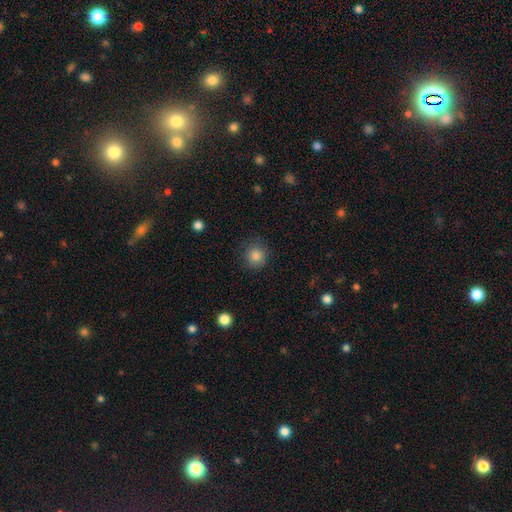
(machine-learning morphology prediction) smooth-or-featured: smooth: 86% | star or artifact: 10% | featured or disk: 4%
  how-rounded: round: 91% | in between: 8% | cigar-shaped: 1%
  merging: none: 85% | minor disturbance: 10% | major disturbance: 3% | merger: 1%